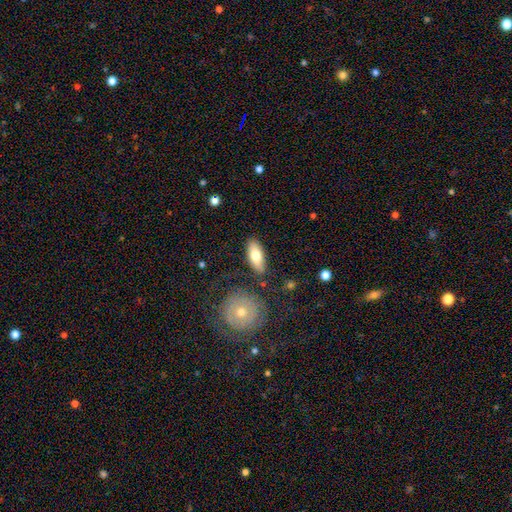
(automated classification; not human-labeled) This is likely a smooth galaxy (71%). How rounded: likely in between (78%). Merging: clearly none (82%).